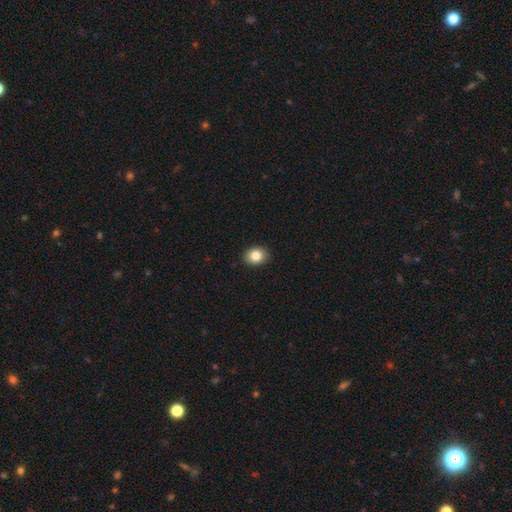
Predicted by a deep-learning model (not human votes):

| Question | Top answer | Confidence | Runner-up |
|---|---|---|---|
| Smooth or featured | smooth | 84% | star or artifact (9%) |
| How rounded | in between | 51% | round (48%) |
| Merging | none | 90% | minor disturbance (7%) |